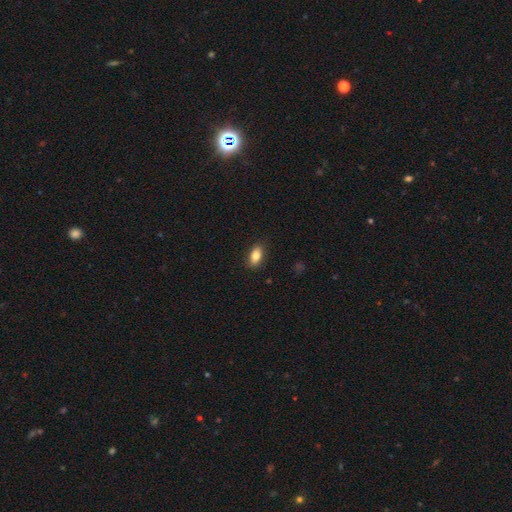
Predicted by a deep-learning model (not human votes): smooth-or-featured: smooth: 81% | featured or disk: 11% | star or artifact: 8%
  how-rounded: in between: 88% | round: 6% | cigar-shaped: 6%
  merging: none: 87% | minor disturbance: 10% | major disturbance: 2% | merger: 1%